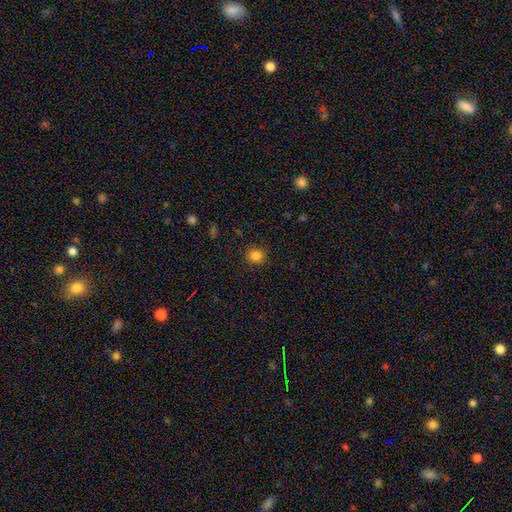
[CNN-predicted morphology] type=smooth (84%); roundness=round (90%); merging=none (90%).